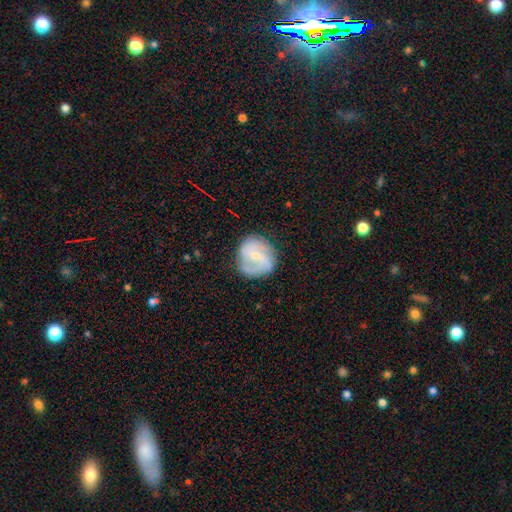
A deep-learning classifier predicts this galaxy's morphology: Q: Smooth or featured?
A: featured or disk (69%); runner-up: smooth (24%)
Q: Edge-on disk?
A: no (98%); runner-up: yes (2%)
Q: Bar?
A: weak (51%); runner-up: no (33%)
Q: Spiral arms?
A: yes (89%); runner-up: no (11%)
Q: Spiral winding?
A: medium (44%); runner-up: loose (29%)
Q: Spiral arm count?
A: 2 (61%); runner-up: can't tell (19%)
Q: Bulge size?
A: small (70%); runner-up: moderate (22%)
Q: Merging?
A: none (75%); runner-up: minor disturbance (17%)